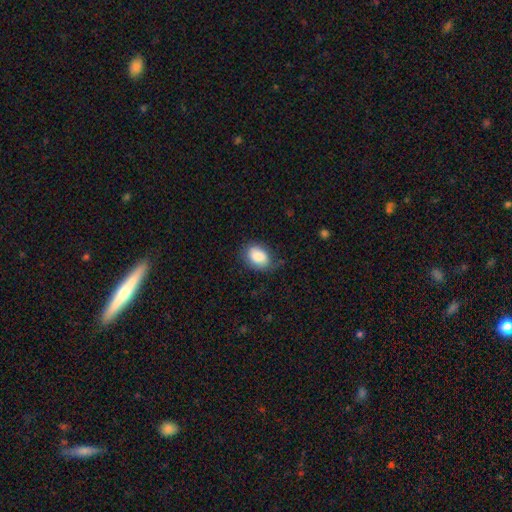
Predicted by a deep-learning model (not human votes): smooth_or_featured: smooth (p=0.85) [alt: featured or disk p=0.08]
how_rounded: in between (p=0.80) [alt: round p=0.19]
merging: none (p=0.65) [alt: minor disturbance p=0.26]